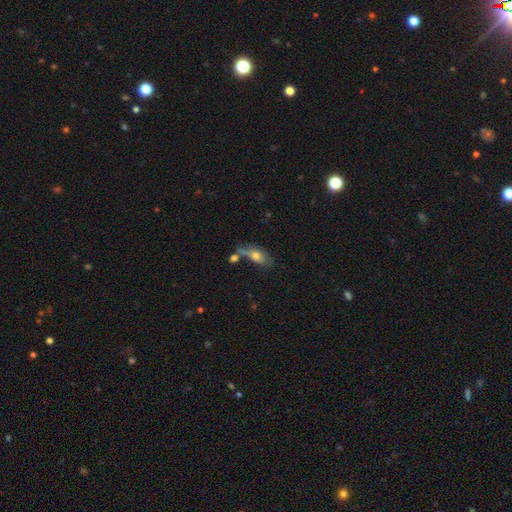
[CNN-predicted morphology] smooth_or_featured: smooth (p=0.62) [alt: featured or disk p=0.29]
how_rounded: in between (p=0.75) [alt: cigar-shaped p=0.20]
merging: none (p=0.46) [alt: merger p=0.24]